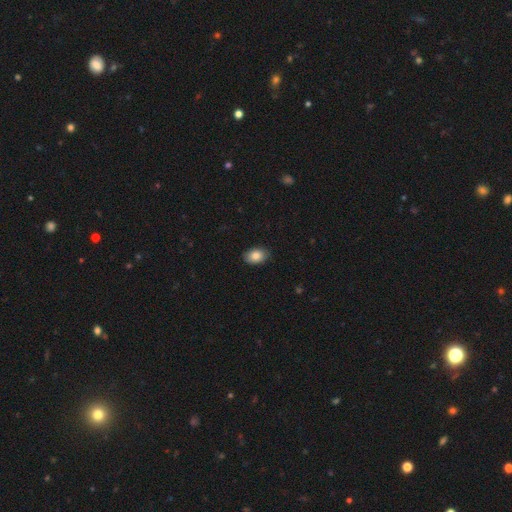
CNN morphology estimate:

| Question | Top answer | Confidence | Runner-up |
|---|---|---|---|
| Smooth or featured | smooth | 85% | star or artifact (8%) |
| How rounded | in between | 84% | round (15%) |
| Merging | none | 87% | minor disturbance (10%) |